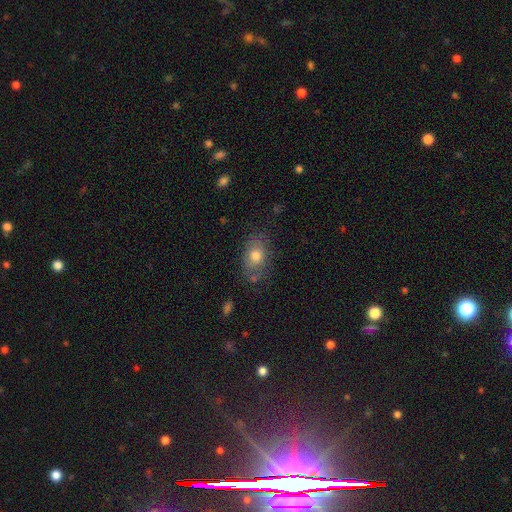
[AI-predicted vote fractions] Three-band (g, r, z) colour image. It shows a smooth galaxy with no disk features (72%) that is in between round and cigar-shaped (78%). Merging: none (66%).